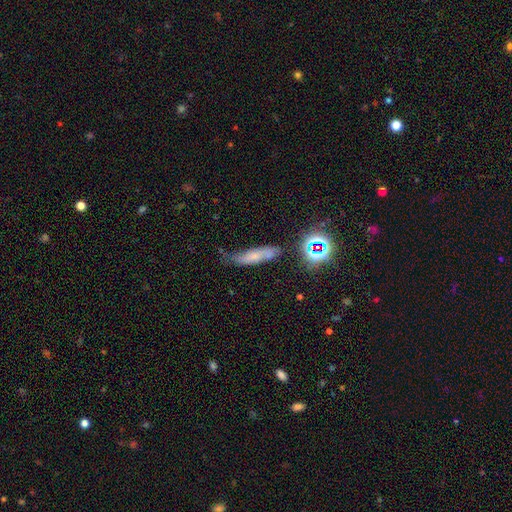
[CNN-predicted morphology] Smooth or featured?
  - smooth: 52% *
  - featured or disk: 29%
  - star or artifact: 20%
How rounded?
  - cigar-shaped: 63% *
  - in between: 30%
  - round: 7%
Merging?
  - none: 53% *
  - minor disturbance: 29%
  - major disturbance: 10%
  - merger: 8%